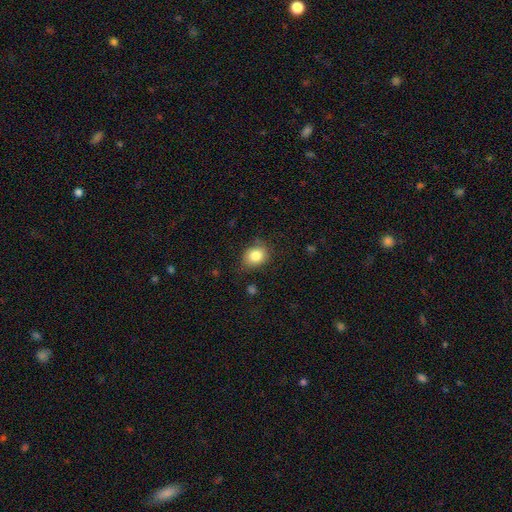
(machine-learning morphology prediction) Smooth or featured?
  - smooth: 83% *
  - star or artifact: 10%
  - featured or disk: 7%
How rounded?
  - round: 54% *
  - in between: 45%
  - cigar-shaped: 1%
Merging?
  - none: 74% *
  - minor disturbance: 20%
  - major disturbance: 4%
  - merger: 2%